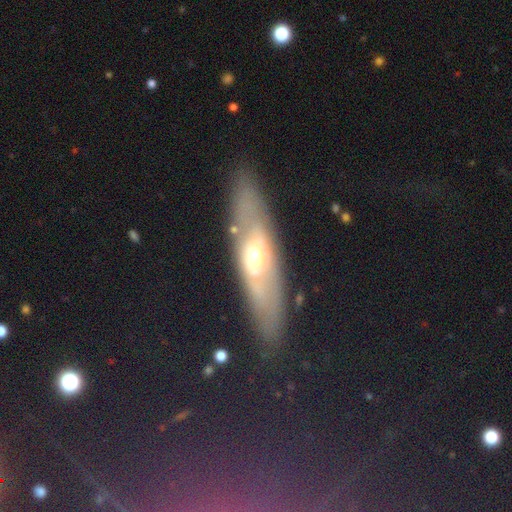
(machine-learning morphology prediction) The model was most divided on "edge-on disk": yes: 52%, no: 48%. More confident: merging — none (85%); smooth or featured — featured or disk (61%).